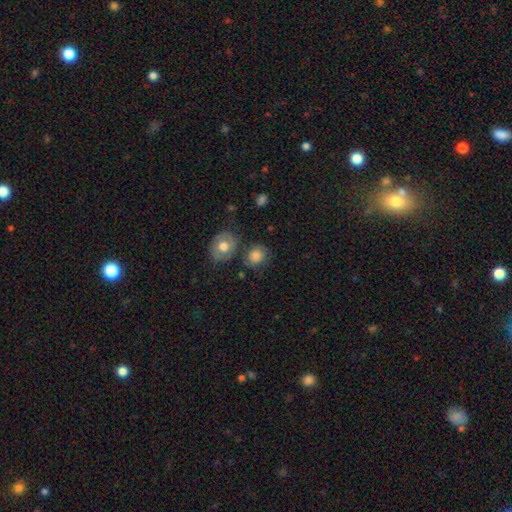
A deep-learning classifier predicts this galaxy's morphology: This appears to be a smooth galaxy with no disk features (74%) that is round (68%). Merging: none (63%).